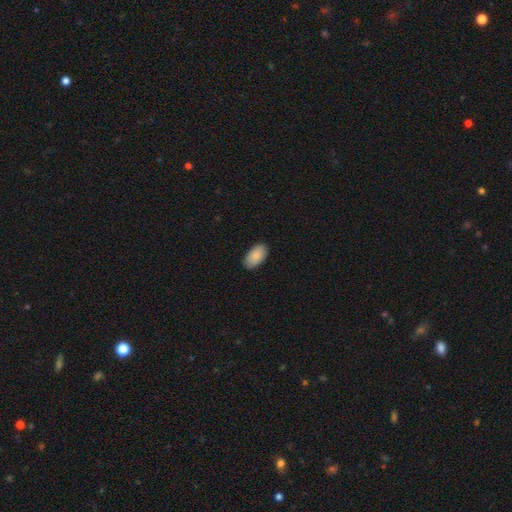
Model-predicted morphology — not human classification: This appears to be a smooth galaxy with no disk features (89%) that is in between round and cigar-shaped (96%). Merging: none (88%).